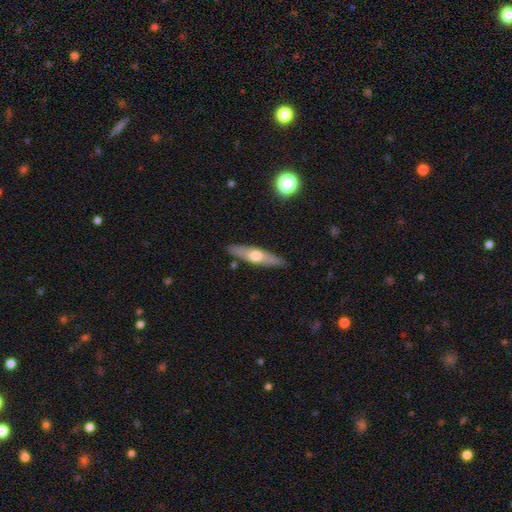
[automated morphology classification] A featured or disk galaxy (48%).

Vote fractions:
- Smooth or featured? featured or disk: 48% / smooth: 46% / star or artifact: 6%
- Merging? none: 87% / minor disturbance: 9% / merger: 2% / major disturbance: 2%